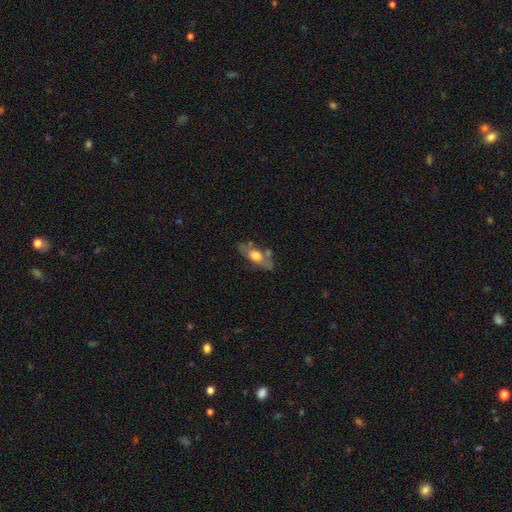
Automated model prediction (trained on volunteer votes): Smooth or featured? smooth (50%)
How rounded? in between (76%)
Merging? none (63%)